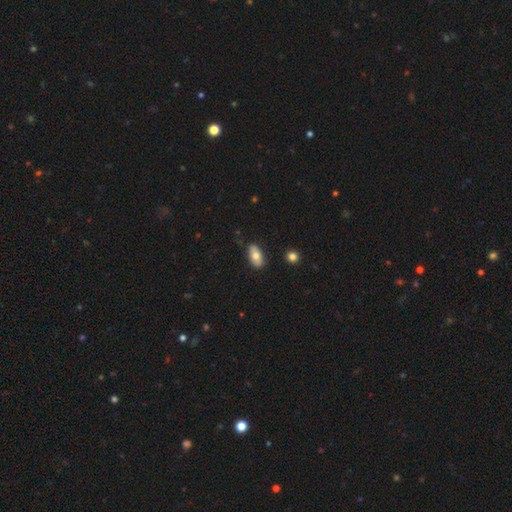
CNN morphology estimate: type=smooth (71%); roundness=in between (90%); merging=none (81%).